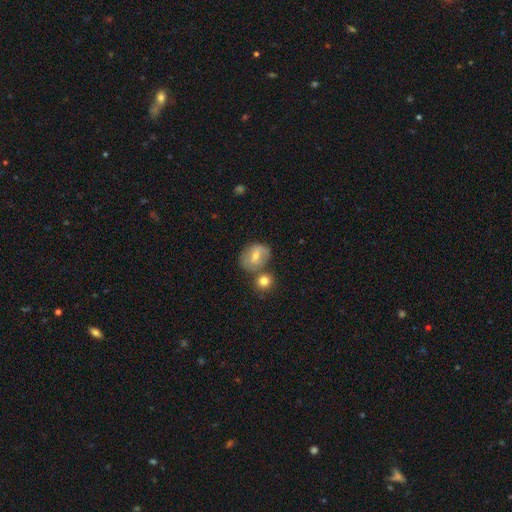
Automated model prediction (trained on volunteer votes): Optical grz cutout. It shows a smooth galaxy with no disk features (52%) that is round (61%). Merging: none (50%).